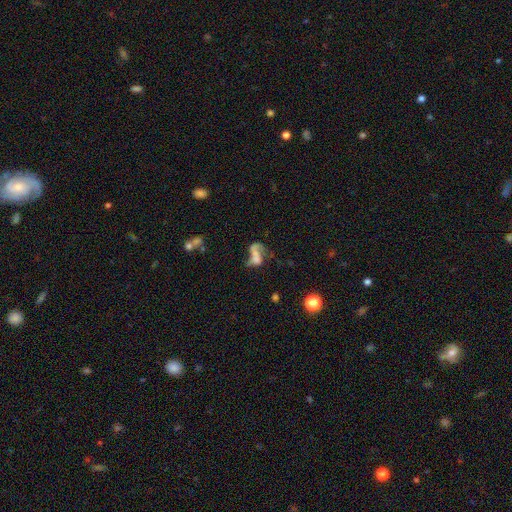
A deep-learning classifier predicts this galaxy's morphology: Smooth or featured?
  - featured or disk: 46% *
  - smooth: 38%
  - star or artifact: 16%
Merging?
  - merger: 44% *
  - major disturbance: 27%
  - none: 18%
  - minor disturbance: 11%